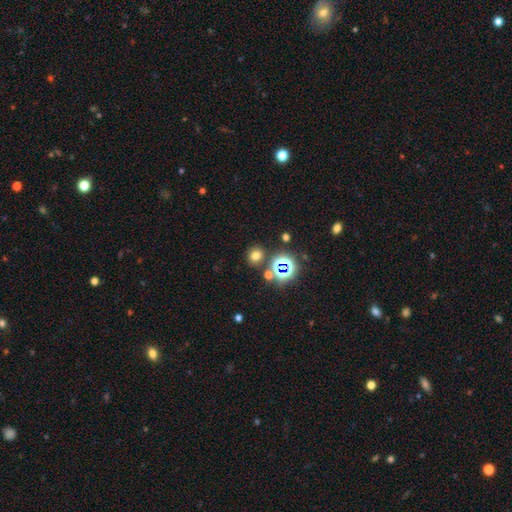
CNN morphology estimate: A smooth galaxy with no disk features (65%) that is round (73%).

Vote fractions:
- Smooth or featured? smooth: 65% / star or artifact: 27% / featured or disk: 7%
- How rounded? round: 73% / in between: 26% / cigar-shaped: 1%
- Merging? none: 81% / minor disturbance: 9% / merger: 7% / major disturbance: 3%